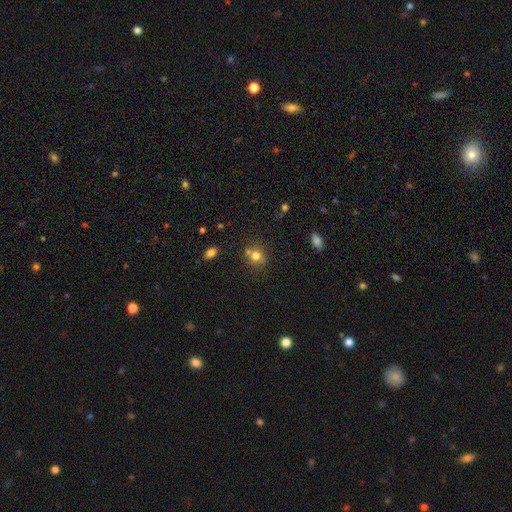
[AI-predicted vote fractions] Smooth or featured? Predicted: smooth (p=0.73). How rounded? Predicted: round (p=0.78). Merging? Predicted: none (p=0.62).